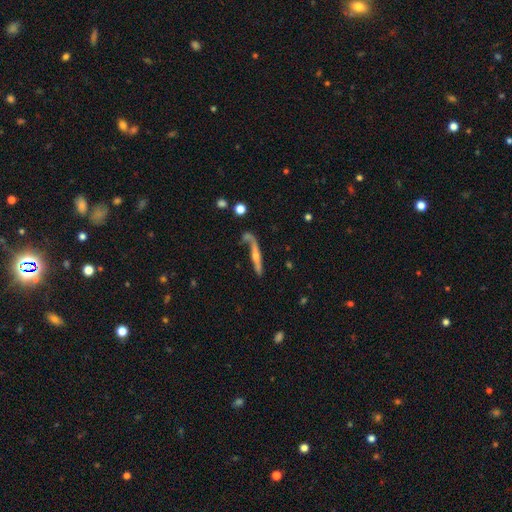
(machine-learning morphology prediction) This is likely a featured or disk galaxy (62%). It is clearly viewed edge-on (87%). Edge-on bulge: clearly rounded (80%). Merging: possibly none (54%).